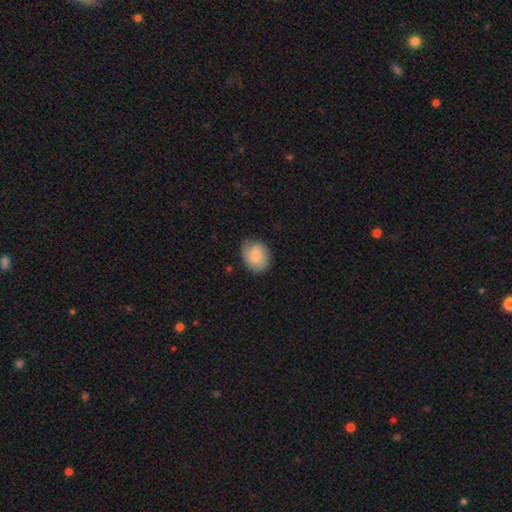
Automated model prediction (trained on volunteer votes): smooth-or-featured: smooth: 71% | featured or disk: 23% | star or artifact: 7%
  how-rounded: in between: 50% | round: 49% | cigar-shaped: 1%
  merging: none: 70% | minor disturbance: 23% | major disturbance: 6% | merger: 1%